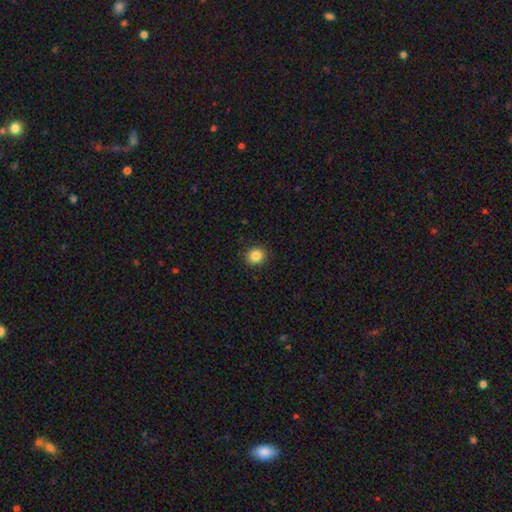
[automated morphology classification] Smooth or featured?
  - smooth: 85% *
  - star or artifact: 10%
  - featured or disk: 4%
How rounded?
  - round: 83% *
  - in between: 16%
  - cigar-shaped: 1%
Merging?
  - none: 90% *
  - minor disturbance: 7%
  - major disturbance: 2%
  - merger: 1%